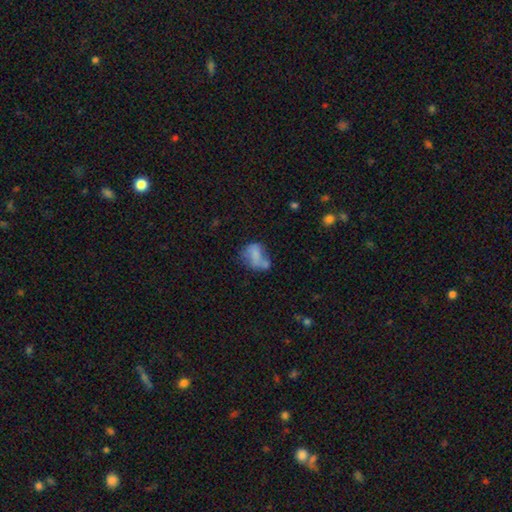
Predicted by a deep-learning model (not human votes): The model was most divided on "merging": none: 30%, minor disturbance: 24%, merger: 23%, major disturbance: 23%. More confident: how rounded — in between (71%); smooth or featured — smooth (59%).